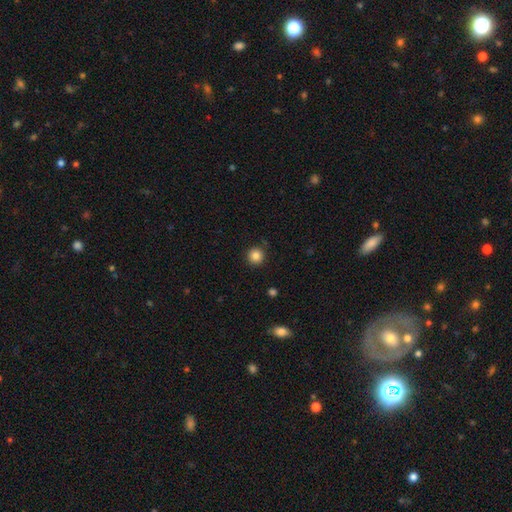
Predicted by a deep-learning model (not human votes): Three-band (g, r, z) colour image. It shows a smooth galaxy with no disk features (85%) that is round (95%). Merging: none (90%).